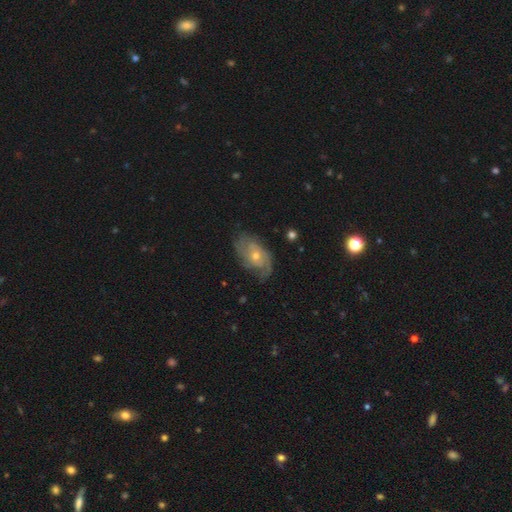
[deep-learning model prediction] Morphology: type=featured or disk (77%); edge-on=no (95%); bar=no (76%); spiral arms=yes (91%); winding=tight (46%); arm count=can't tell (32%, tied with 2); bulge=small (48%, tied with moderate); merging=none (70%).